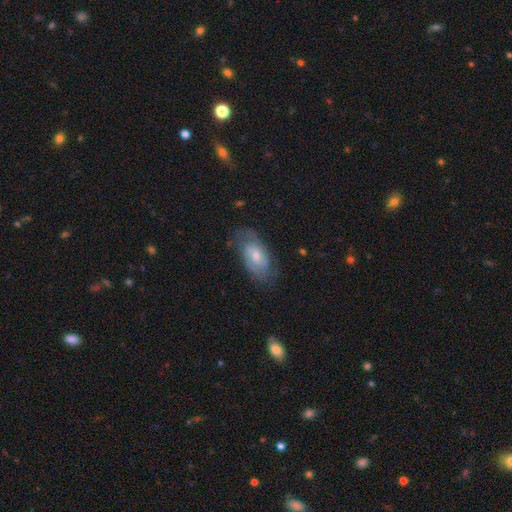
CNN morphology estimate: Overall: featured or disk (47%; smooth 46%). Merging: none (65%).